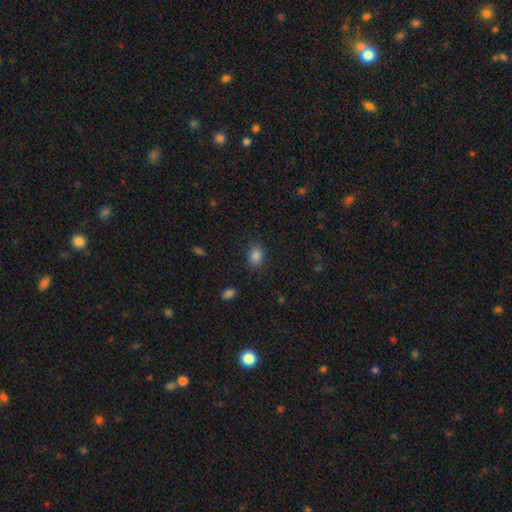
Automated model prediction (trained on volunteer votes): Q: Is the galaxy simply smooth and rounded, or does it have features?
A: smooth — 84%.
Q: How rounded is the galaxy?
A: in between — 64%.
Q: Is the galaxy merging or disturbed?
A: none — 83%.